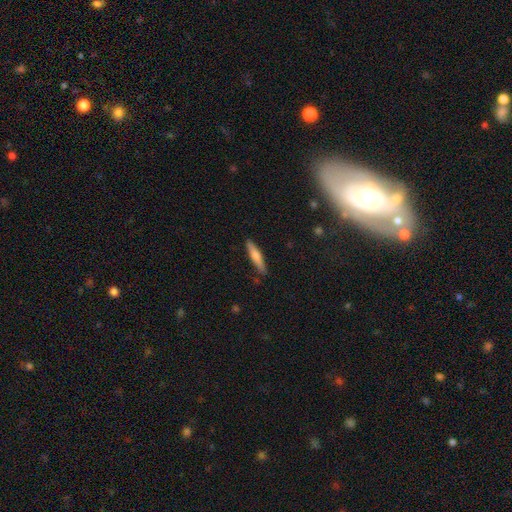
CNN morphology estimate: Smooth or featured: smooth — 67% (featured or disk — 28%)
How rounded: cigar-shaped — 88% (in between — 10%)
Merging: none — 86% (minor disturbance — 10%)